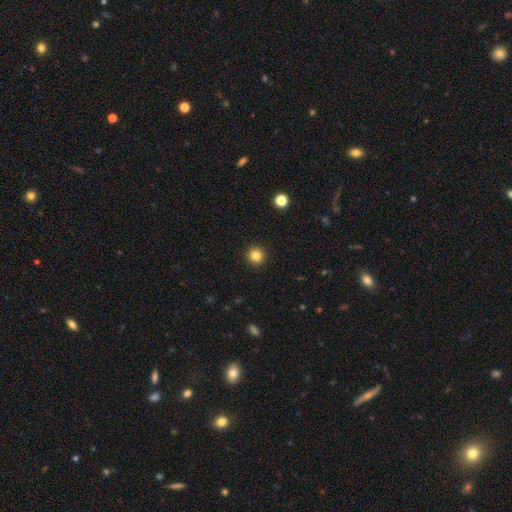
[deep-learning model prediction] smooth_or_featured: smooth (p=0.84) [alt: star or artifact p=0.11]
how_rounded: round (p=0.96) [alt: in between p=0.03]
merging: none (p=0.93) [alt: minor disturbance p=0.04]